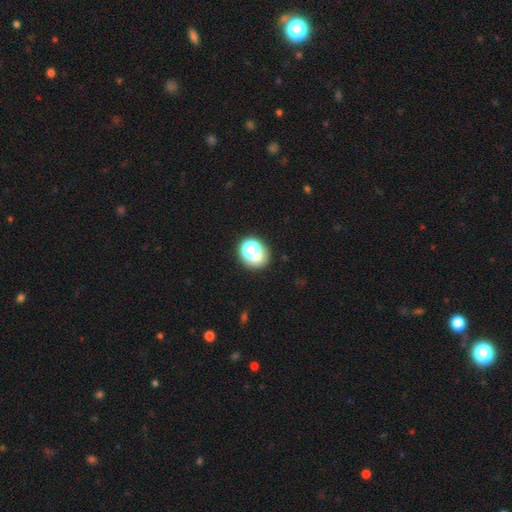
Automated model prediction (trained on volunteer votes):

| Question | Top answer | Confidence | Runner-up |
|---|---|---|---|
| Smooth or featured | smooth | 57% | star or artifact (22%) |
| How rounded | round | 60% | in between (39%) |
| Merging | none | 57% | minor disturbance (17%) |